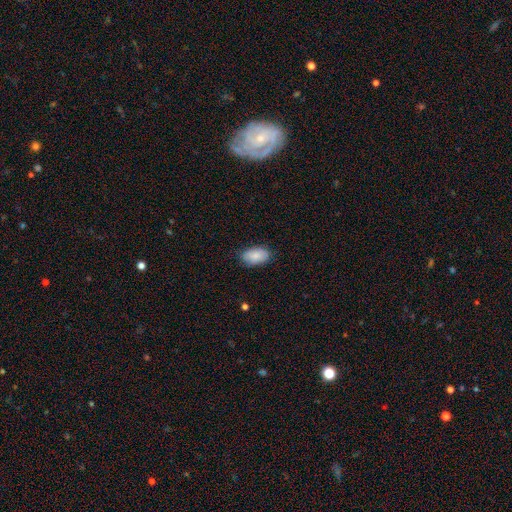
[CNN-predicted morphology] A smooth galaxy with no disk features (84%) that is in between round and cigar-shaped (93%).

Vote fractions:
- Smooth or featured? smooth: 84% / featured or disk: 9% / star or artifact: 7%
- How rounded? in between: 93% / round: 5% / cigar-shaped: 2%
- Merging? none: 79% / minor disturbance: 17% / major disturbance: 3% / merger: 1%